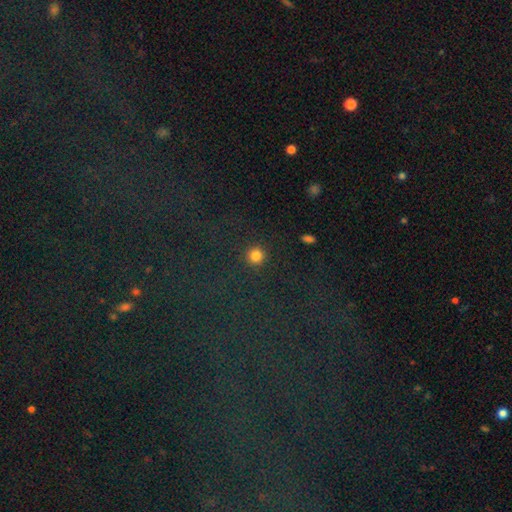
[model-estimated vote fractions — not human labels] Smooth or featured?
  - smooth: 82% *
  - star or artifact: 13%
  - featured or disk: 5%
How rounded?
  - round: 95% *
  - in between: 4%
  - cigar-shaped: 1%
Merging?
  - none: 91% *
  - minor disturbance: 5%
  - major disturbance: 2%
  - merger: 1%